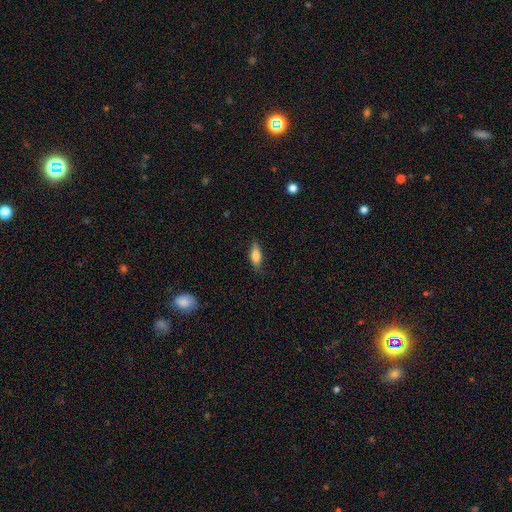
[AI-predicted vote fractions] smooth 73%, featured or disk 20%, star or artifact 7%. Down the decision tree: how rounded — in between (62%); merging — none (80%).